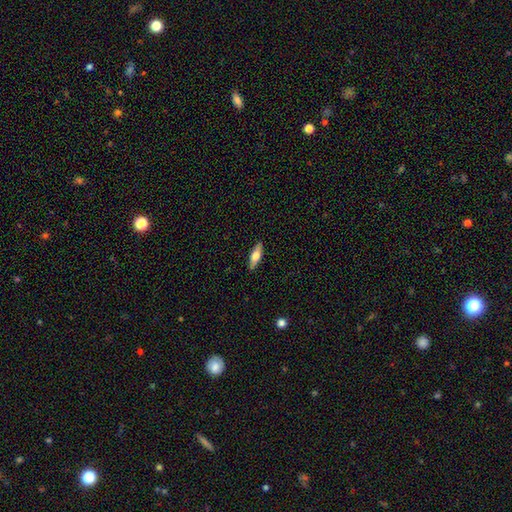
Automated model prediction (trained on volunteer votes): A smooth galaxy with no disk features (59%) that is in between round and cigar-shaped (50%). Merging: none (89%).